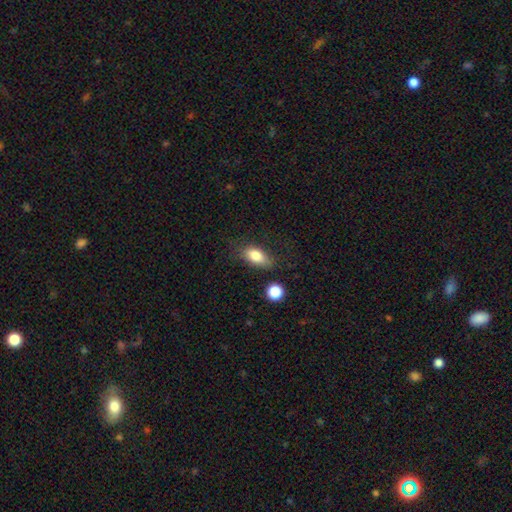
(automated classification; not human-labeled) smooth 81%, featured or disk 11%, star or artifact 8%. Down the decision tree: how rounded — in between (85%); merging — none (70%).